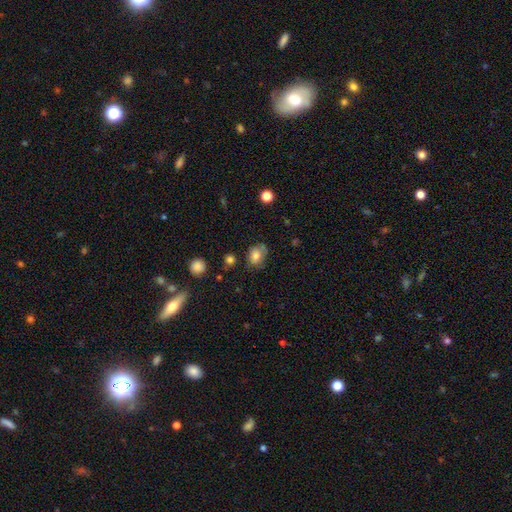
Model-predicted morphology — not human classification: The model was most divided on "how rounded": in between: 59%, round: 40%, cigar-shaped: 1%. More confident: smooth or featured — smooth (76%); merging — none (59%).